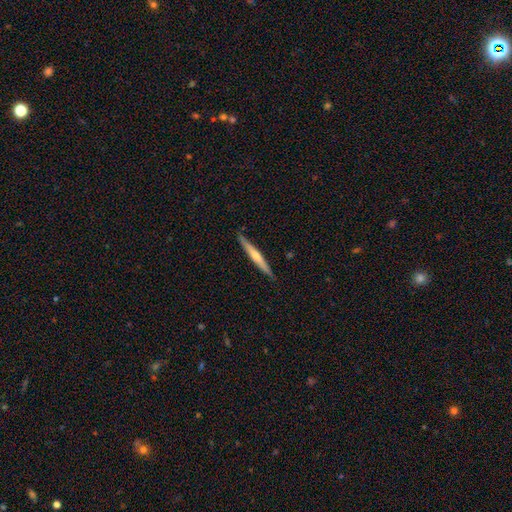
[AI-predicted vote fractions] featured or disk 54%, smooth 41%, star or artifact 5%. Down the decision tree: edge-on disk — yes (96%); edge-on bulge — rounded (67%); merging — none (89%).